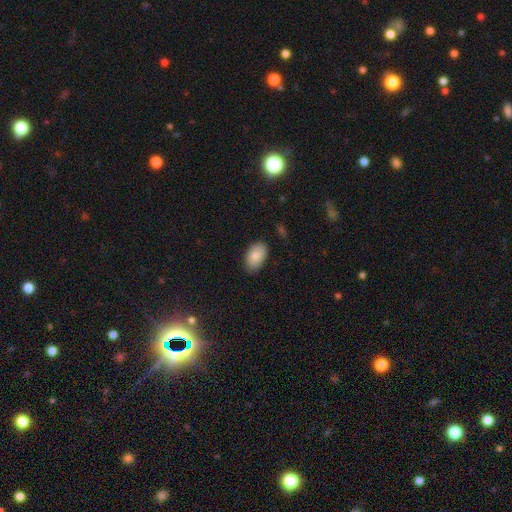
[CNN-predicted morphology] smooth_or_featured: smooth (p=0.85) [alt: featured or disk p=0.08]
how_rounded: in between (p=0.92) [alt: round p=0.07]
merging: none (p=0.83) [alt: minor disturbance p=0.14]